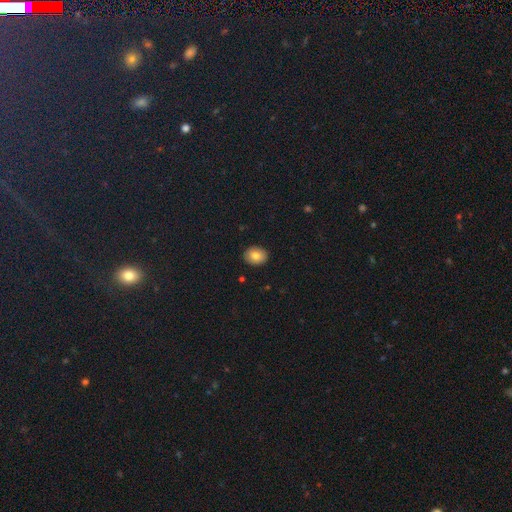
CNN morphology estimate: The model was most divided on "how rounded": in between: 52%, round: 47%, cigar-shaped: 1%. More confident: merging — none (90%); smooth or featured — smooth (81%).